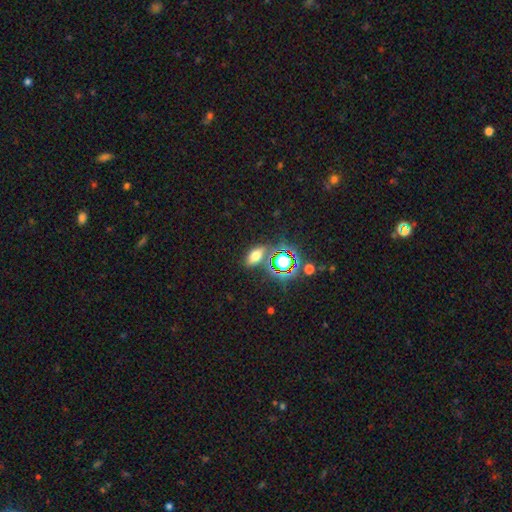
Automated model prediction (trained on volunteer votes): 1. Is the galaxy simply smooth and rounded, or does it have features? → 60% smooth, 28% star or artifact, 12% featured or disk.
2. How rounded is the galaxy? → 81% in between, 12% round, 6% cigar-shaped.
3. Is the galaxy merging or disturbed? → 77% none, 11% minor disturbance, 7% merger, 4% major disturbance.